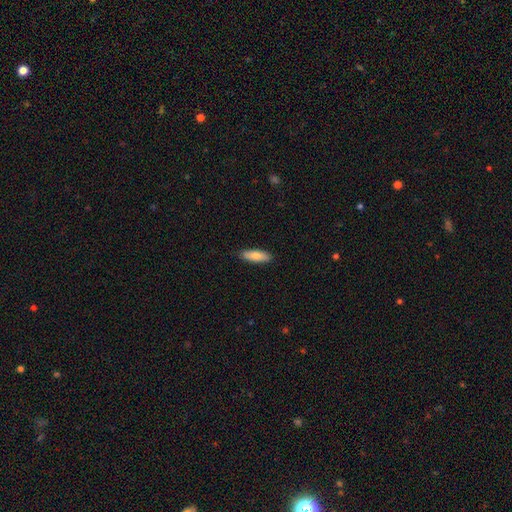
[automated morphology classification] smooth 79%, featured or disk 16%, star or artifact 6%. Down the decision tree: how rounded — in between (53%); merging — none (88%).